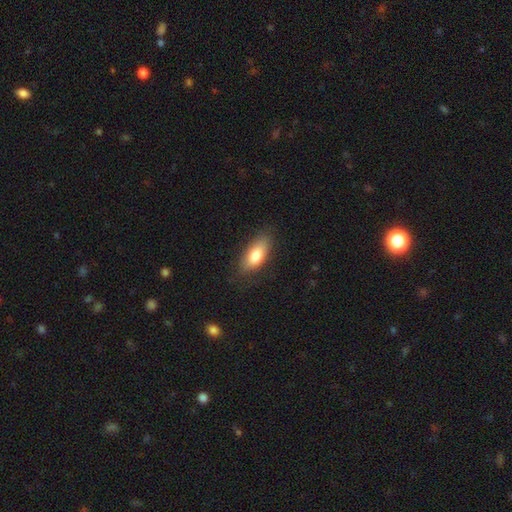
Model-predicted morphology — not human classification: smooth 79%, featured or disk 14%, star or artifact 7%. Down the decision tree: how rounded — in between (83%); merging — none (79%).